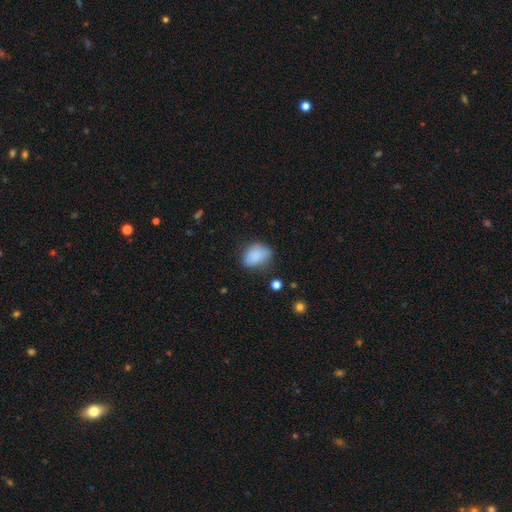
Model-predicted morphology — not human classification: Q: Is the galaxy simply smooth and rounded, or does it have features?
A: smooth — 86%.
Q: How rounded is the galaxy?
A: in between — 75%.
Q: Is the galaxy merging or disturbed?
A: none — 62%.